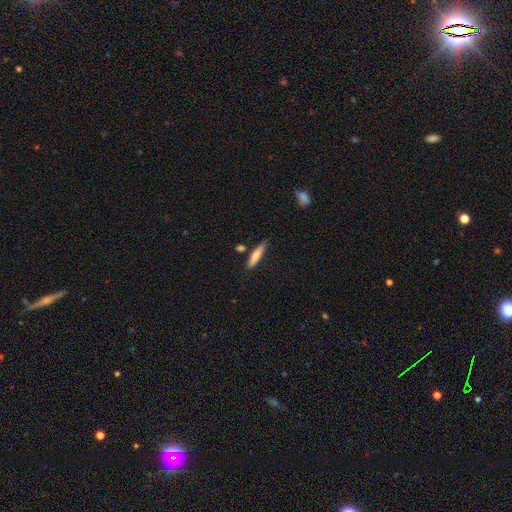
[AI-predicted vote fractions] Smooth or featured? Predicted: smooth (p=0.72). How rounded? Predicted: cigar-shaped (p=0.83). Merging? Predicted: none (p=0.75).